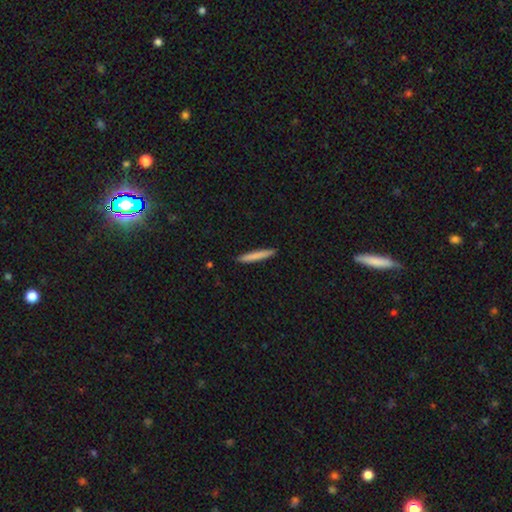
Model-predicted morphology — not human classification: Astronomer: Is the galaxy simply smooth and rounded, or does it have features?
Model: smooth — 80%.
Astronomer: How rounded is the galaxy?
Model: cigar-shaped — 96%.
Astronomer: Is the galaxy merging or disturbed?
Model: none — 92%.